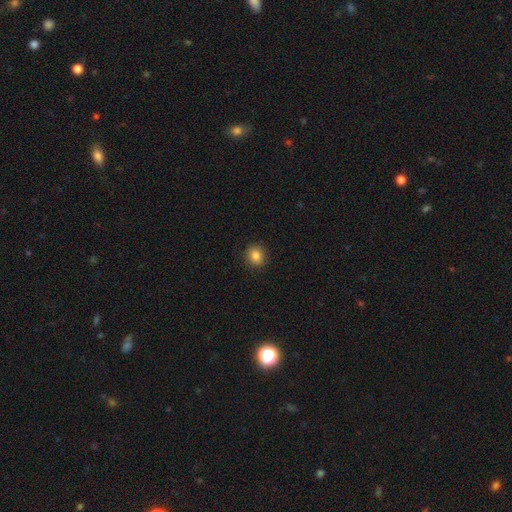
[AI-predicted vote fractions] smooth-or-featured: smooth: 85% | star or artifact: 10% | featured or disk: 5%
  how-rounded: round: 85% | in between: 14% | cigar-shaped: 1%
  merging: none: 91% | minor disturbance: 6% | major disturbance: 2% | merger: 1%